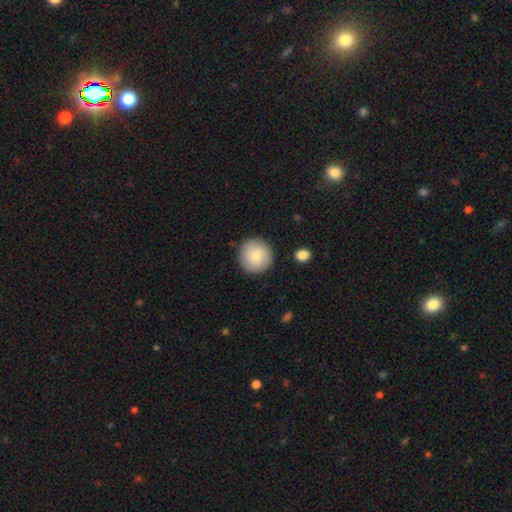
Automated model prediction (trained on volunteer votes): smooth_or_featured: smooth (p=0.82) [alt: featured or disk p=0.12]
how_rounded: round (p=0.95) [alt: in between p=0.04]
merging: none (p=0.88) [alt: minor disturbance p=0.08]